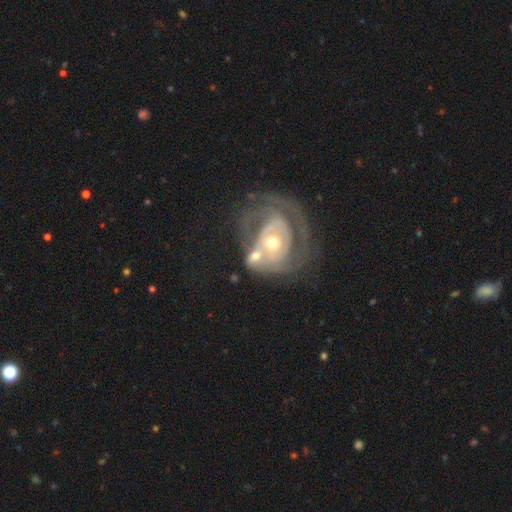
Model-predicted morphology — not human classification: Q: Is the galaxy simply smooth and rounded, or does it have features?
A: featured or disk — 76%.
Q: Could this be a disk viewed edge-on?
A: no — 97%.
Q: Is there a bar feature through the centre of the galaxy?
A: no — 80%.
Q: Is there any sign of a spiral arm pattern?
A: yes — 70%.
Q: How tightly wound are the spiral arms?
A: tight — 62%.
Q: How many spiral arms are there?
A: can't tell — 40%.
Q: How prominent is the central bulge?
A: moderate — 64%.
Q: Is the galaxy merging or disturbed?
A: merger — 38%.